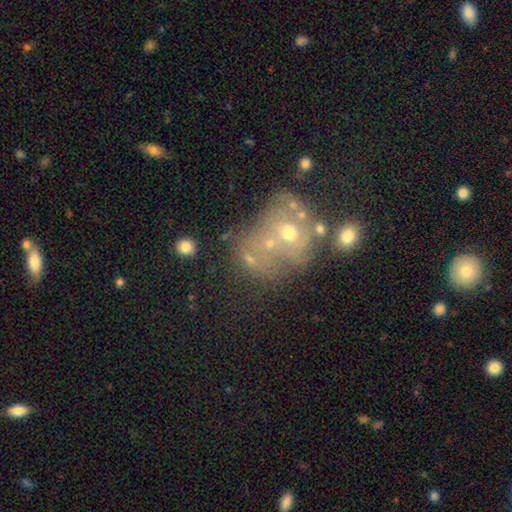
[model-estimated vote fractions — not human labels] Smooth or featured? smooth (41%)
Merging? merger (50%)